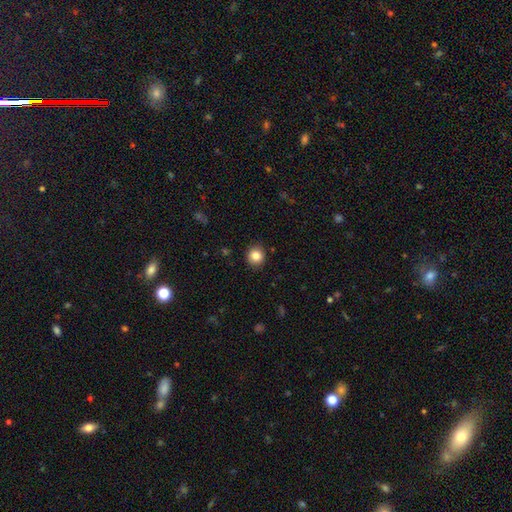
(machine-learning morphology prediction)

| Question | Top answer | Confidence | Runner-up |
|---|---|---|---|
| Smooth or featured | smooth | 84% | star or artifact (10%) |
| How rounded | round | 91% | in between (8%) |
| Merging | none | 91% | minor disturbance (6%) |